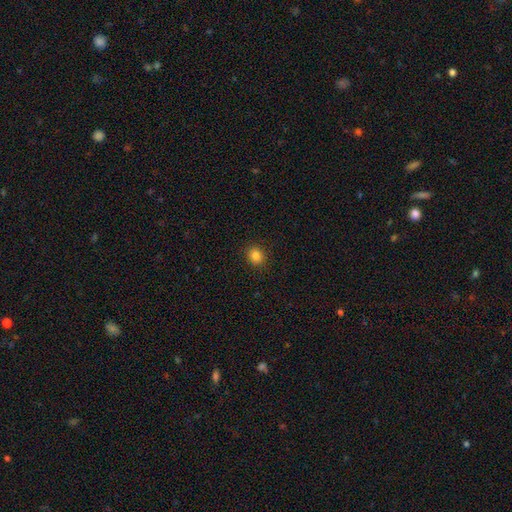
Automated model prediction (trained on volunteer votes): A smooth galaxy with no disk features (83%) that is round (80%). Merging: none (91%).